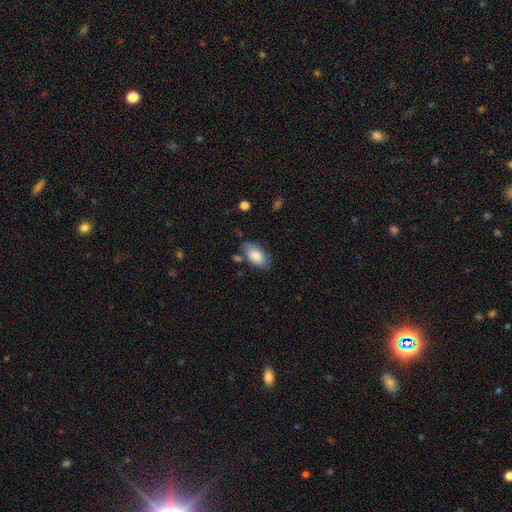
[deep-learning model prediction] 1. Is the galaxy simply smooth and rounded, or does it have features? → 80% smooth, 13% featured or disk, 6% star or artifact.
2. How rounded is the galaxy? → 94% in between, 4% round, 2% cigar-shaped.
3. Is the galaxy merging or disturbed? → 64% none, 23% minor disturbance, 7% merger, 6% major disturbance.